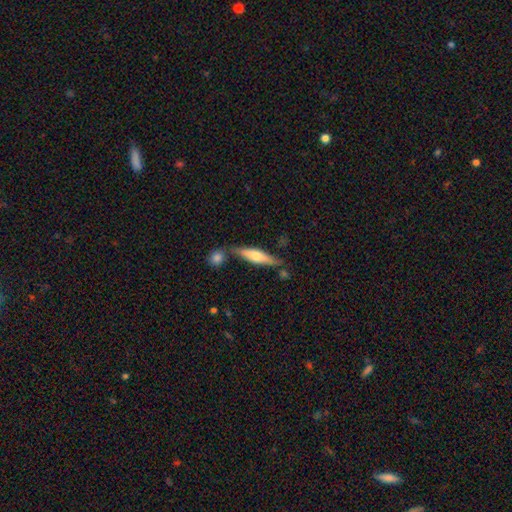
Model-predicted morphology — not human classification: featured or disk 49%, smooth 45%, star or artifact 6%. Down the decision tree: merging — none (69%).